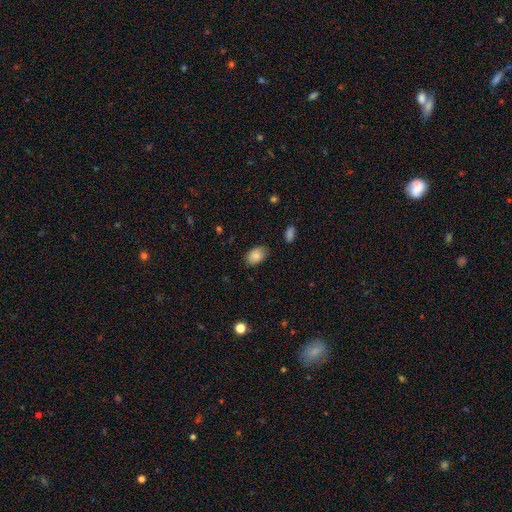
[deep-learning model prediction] smooth-or-featured: smooth: 85% | star or artifact: 8% | featured or disk: 7%
  how-rounded: in between: 87% | round: 12% | cigar-shaped: 1%
  merging: none: 81% | minor disturbance: 15% | major disturbance: 3% | merger: 1%